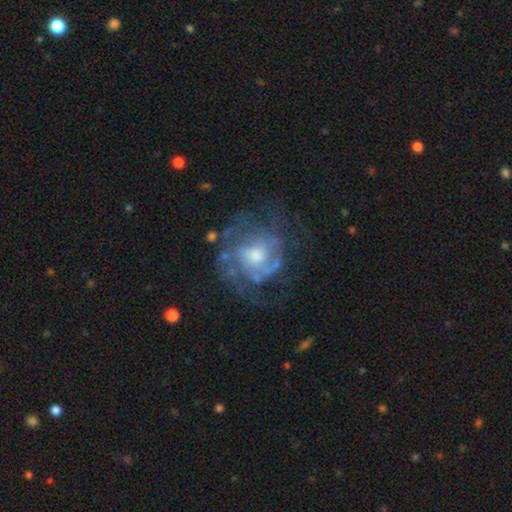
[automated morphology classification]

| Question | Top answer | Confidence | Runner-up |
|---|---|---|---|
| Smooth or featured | featured or disk | 77% | smooth (15%) |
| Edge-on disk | no | 98% | yes (2%) |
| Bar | no | 71% | weak (25%) |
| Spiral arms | yes | 78% | no (22%) |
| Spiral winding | tight | 47% | medium (37%) |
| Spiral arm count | can't tell | 44% | 2 (24%) |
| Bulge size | moderate | 61% | small (23%) |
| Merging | none | 57% | major disturbance (21%) |